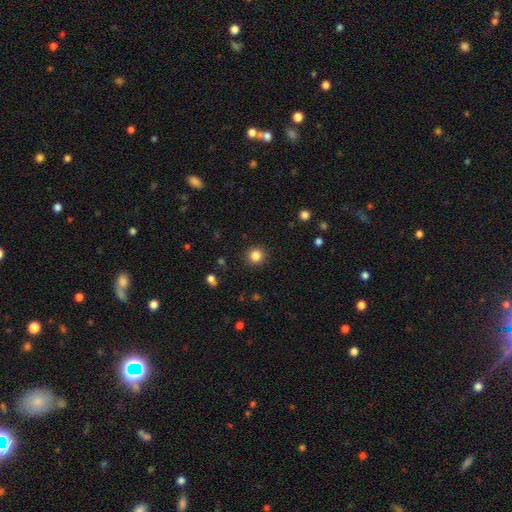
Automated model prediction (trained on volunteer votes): Smooth or featured? smooth (84%)
How rounded? round (93%)
Merging? none (91%)